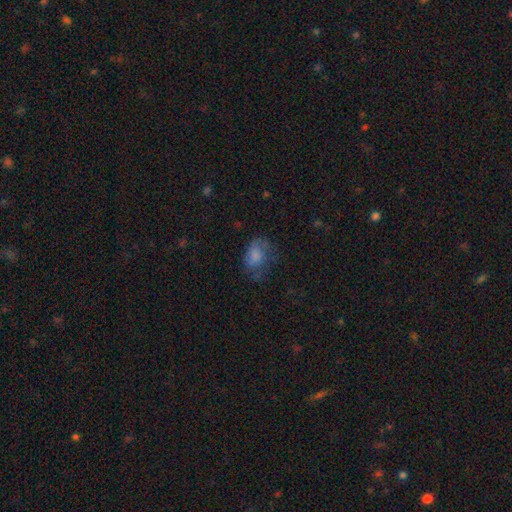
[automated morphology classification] This is likely a smooth galaxy (69%). How rounded: likely in between (71%). Merging: possibly none (47%).